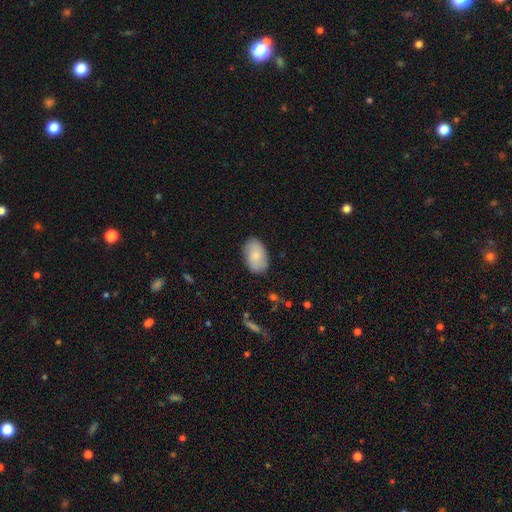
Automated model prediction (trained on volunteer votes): smooth_or_featured: smooth (p=0.82) [alt: featured or disk p=0.12]
how_rounded: in between (p=0.93) [alt: round p=0.06]
merging: none (p=0.85) [alt: minor disturbance p=0.11]